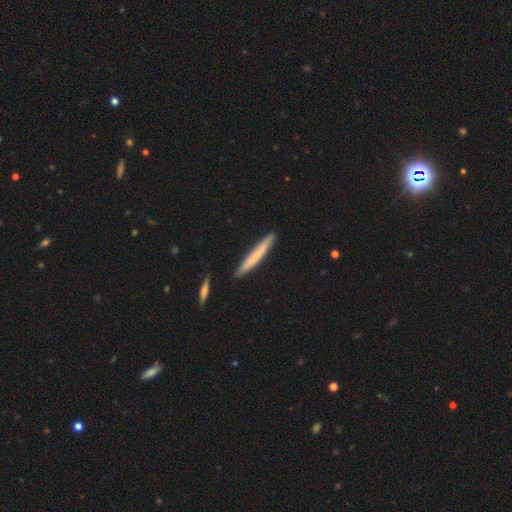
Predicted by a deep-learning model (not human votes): A smooth galaxy with no disk features (70%) that is cigar-shaped (96%).

Vote fractions:
- Smooth or featured? smooth: 70% / featured or disk: 25% / star or artifact: 5%
- How rounded? cigar-shaped: 96% / in between: 2% / round: 1%
- Merging? none: 88% / minor disturbance: 8% / merger: 2% / major disturbance: 1%